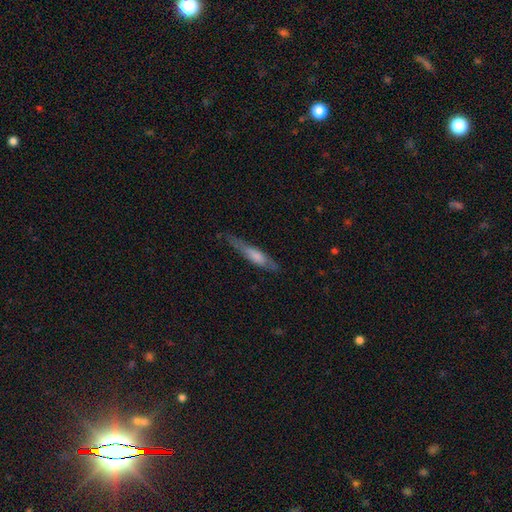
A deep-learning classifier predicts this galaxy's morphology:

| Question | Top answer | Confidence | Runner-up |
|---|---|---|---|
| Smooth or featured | smooth | 47% | featured or disk (46%) |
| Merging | none | 70% | minor disturbance (22%) |